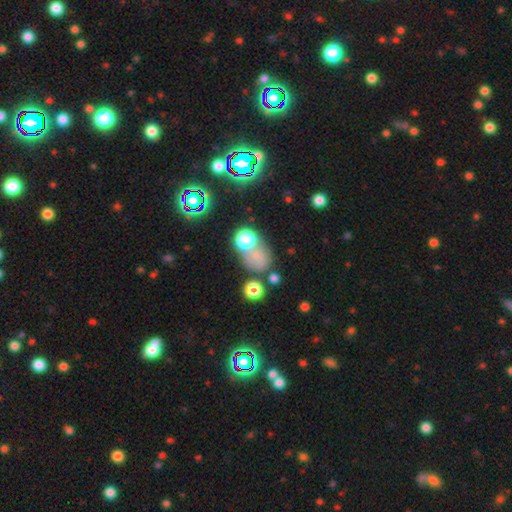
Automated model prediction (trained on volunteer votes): Q: Smooth or featured?
A: smooth (58%); runner-up: star or artifact (28%)
Q: How rounded?
A: round (55%); runner-up: in between (43%)
Q: Merging?
A: none (39%); runner-up: merger (34%)